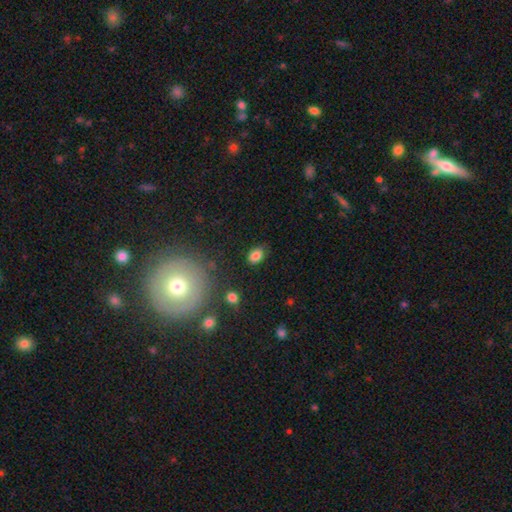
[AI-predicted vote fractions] Smooth or featured: smooth — 83% (star or artifact — 11%)
How rounded: in between — 77% (round — 21%)
Merging: none — 80% (minor disturbance — 14%)